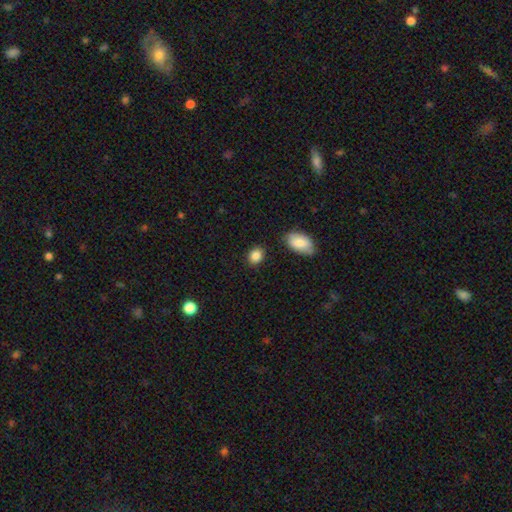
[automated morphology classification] Overall: smooth (87%). How rounded: in between (50%; round 49%). Merging: none (84%).